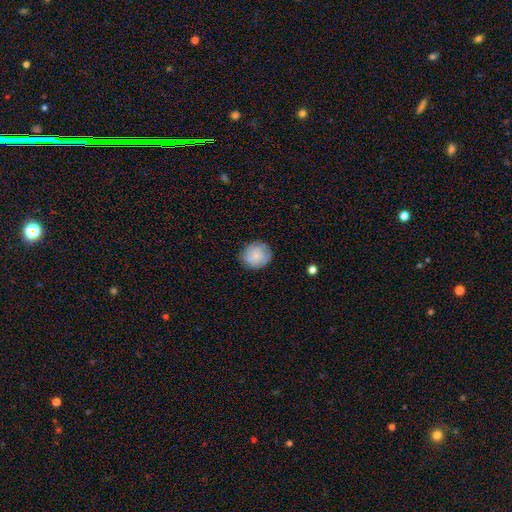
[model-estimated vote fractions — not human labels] smooth_or_featured: smooth (p=0.66) [alt: featured or disk p=0.26]
how_rounded: round (p=0.84) [alt: in between p=0.15]
merging: none (p=0.80) [alt: minor disturbance p=0.15]